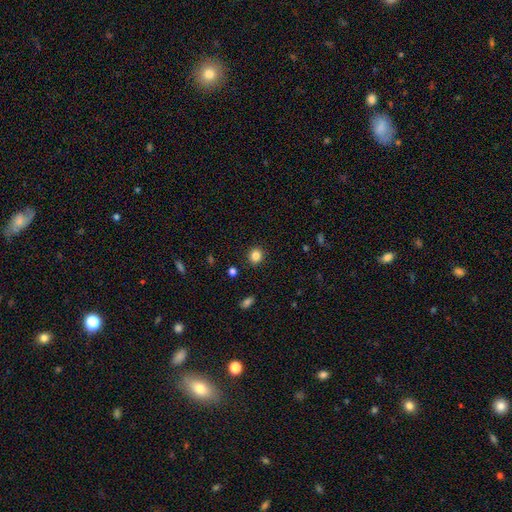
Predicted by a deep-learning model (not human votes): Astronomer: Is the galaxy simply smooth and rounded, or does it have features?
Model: smooth — 84%.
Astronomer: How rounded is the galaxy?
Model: round — 86%.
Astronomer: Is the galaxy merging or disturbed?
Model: none — 90%.